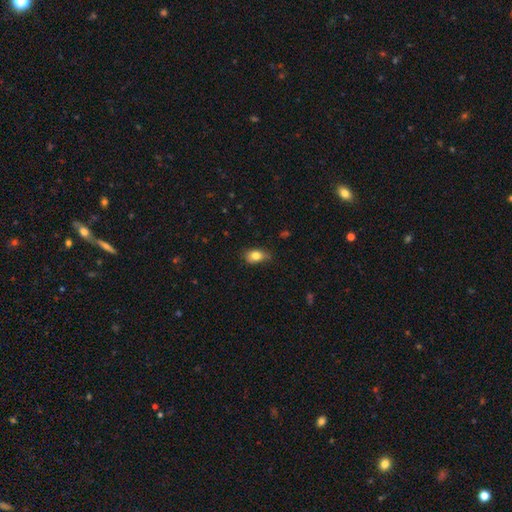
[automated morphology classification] smooth-or-featured: smooth: 82% | featured or disk: 10% | star or artifact: 8%
  how-rounded: in between: 83% | round: 15% | cigar-shaped: 2%
  merging: none: 72% | minor disturbance: 23% | major disturbance: 4% | merger: 1%